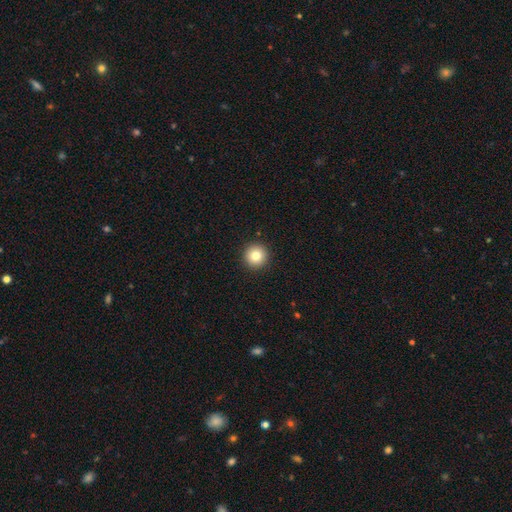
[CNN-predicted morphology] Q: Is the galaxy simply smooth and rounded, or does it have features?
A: smooth — 81%.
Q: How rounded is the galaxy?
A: round — 96%.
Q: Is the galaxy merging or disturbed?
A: none — 93%.